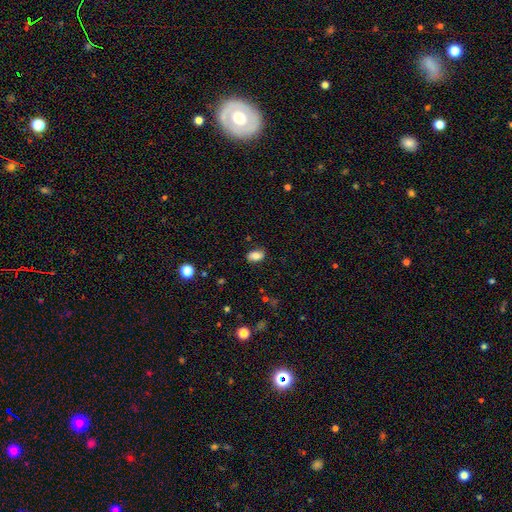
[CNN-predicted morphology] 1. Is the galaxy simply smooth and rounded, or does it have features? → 78% smooth, 13% featured or disk, 9% star or artifact.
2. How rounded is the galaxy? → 88% in between, 9% round, 2% cigar-shaped.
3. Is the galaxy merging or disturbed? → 82% none, 14% minor disturbance, 3% major disturbance, 1% merger.